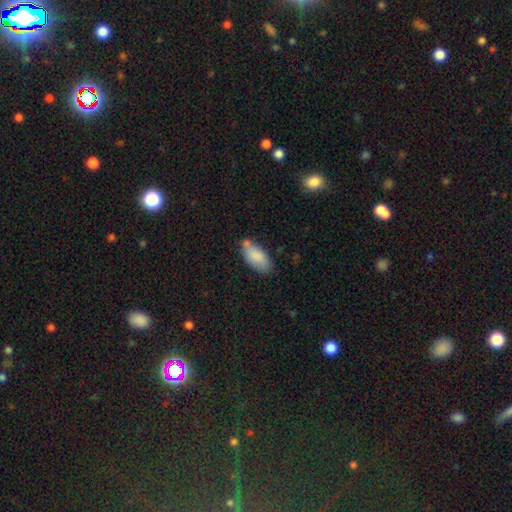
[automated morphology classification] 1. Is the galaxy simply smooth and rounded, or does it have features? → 84% smooth, 9% featured or disk, 7% star or artifact.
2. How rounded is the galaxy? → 90% in between, 8% cigar-shaped, 2% round.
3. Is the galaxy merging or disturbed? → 57% none, 26% minor disturbance, 12% merger, 6% major disturbance.